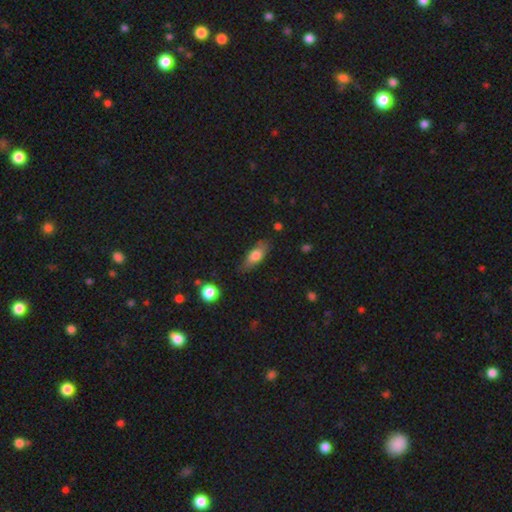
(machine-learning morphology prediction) A smooth galaxy with no disk features (72%) that is in between round and cigar-shaped (74%).

Vote fractions:
- Smooth or featured? smooth: 72% / featured or disk: 21% / star or artifact: 7%
- How rounded? in between: 74% / cigar-shaped: 22% / round: 4%
- Merging? none: 75% / minor disturbance: 19% / major disturbance: 4% / merger: 2%